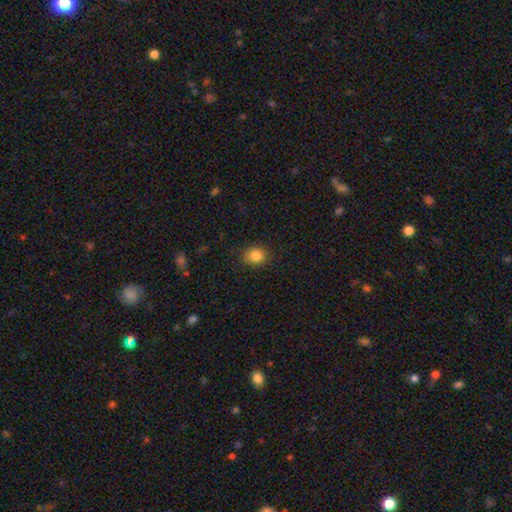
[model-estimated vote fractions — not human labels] Smooth or featured: smooth — 84% (star or artifact — 11%)
How rounded: round — 69% (in between — 30%)
Merging: none — 87% (minor disturbance — 10%)